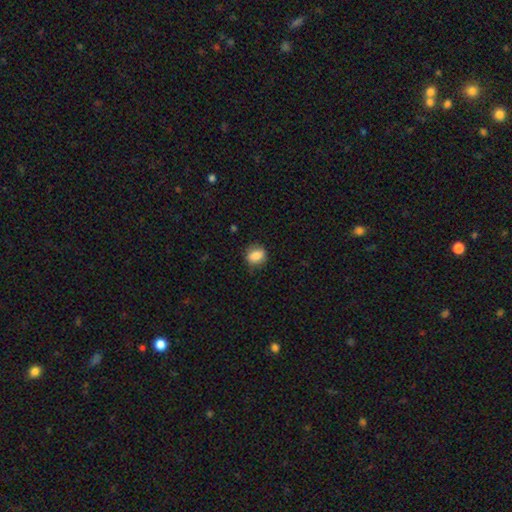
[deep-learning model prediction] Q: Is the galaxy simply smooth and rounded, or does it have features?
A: smooth — 84%.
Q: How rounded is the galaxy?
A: in between — 51%.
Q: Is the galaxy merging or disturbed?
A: none — 79%.